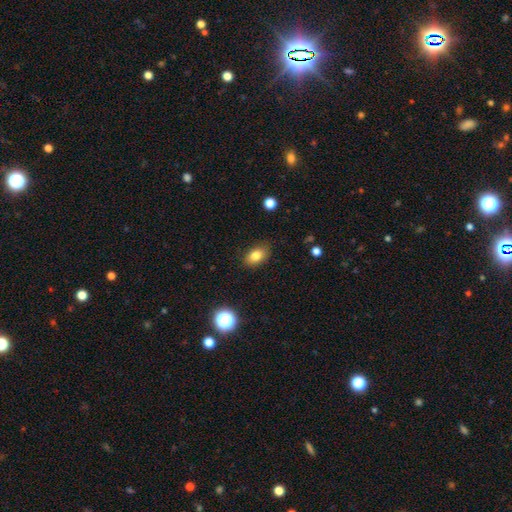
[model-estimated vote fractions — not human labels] Morphology: type=smooth (82%); roundness=in between (84%); merging=none (84%).